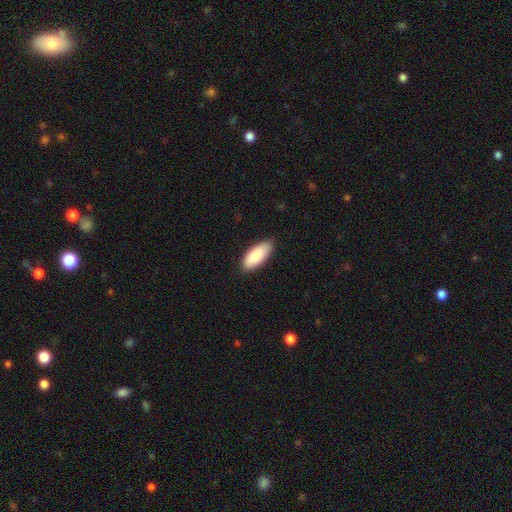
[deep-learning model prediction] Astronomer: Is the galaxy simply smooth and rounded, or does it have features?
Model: smooth — 86%.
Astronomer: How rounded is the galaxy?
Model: in between — 85%.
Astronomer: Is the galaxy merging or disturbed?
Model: none — 85%.